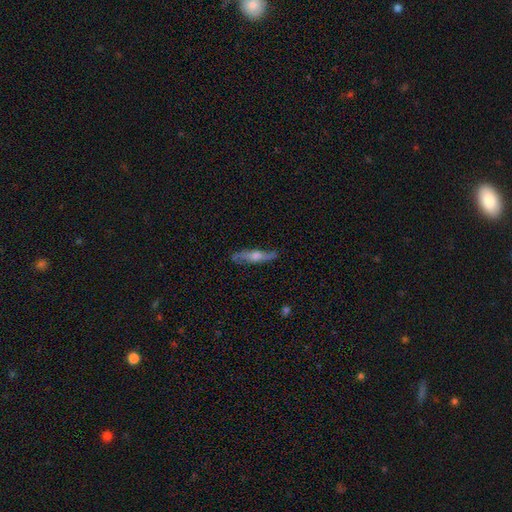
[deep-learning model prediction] A featured or disk galaxy (66%) viewed edge-on (78%) with a rounded central bulge (84%). Merging: none (81%).